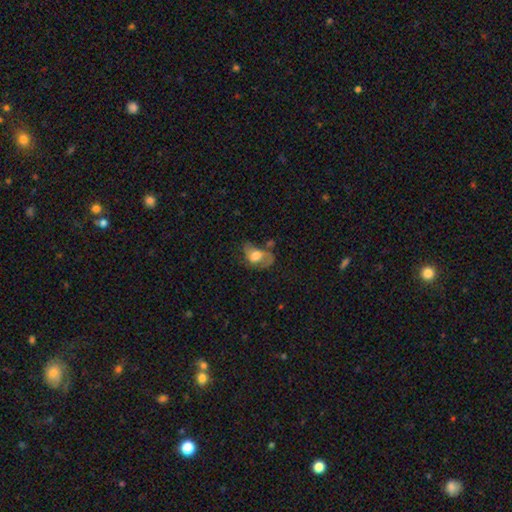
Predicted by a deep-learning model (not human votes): Smooth or featured? smooth (51%)
How rounded? in between (81%)
Merging? major disturbance (35%)